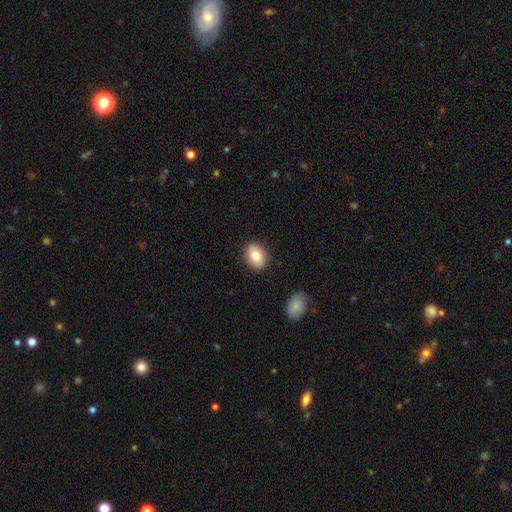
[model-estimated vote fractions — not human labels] Q: Smooth or featured?
A: smooth (82%); runner-up: featured or disk (10%)
Q: How rounded?
A: in between (70%); runner-up: round (29%)
Q: Merging?
A: none (89%); runner-up: minor disturbance (8%)